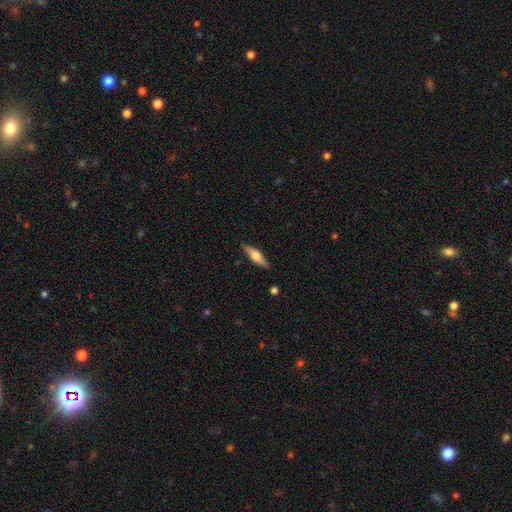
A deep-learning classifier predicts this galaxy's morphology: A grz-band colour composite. It shows a featured or disk galaxy (48%). Merging: none (87%).